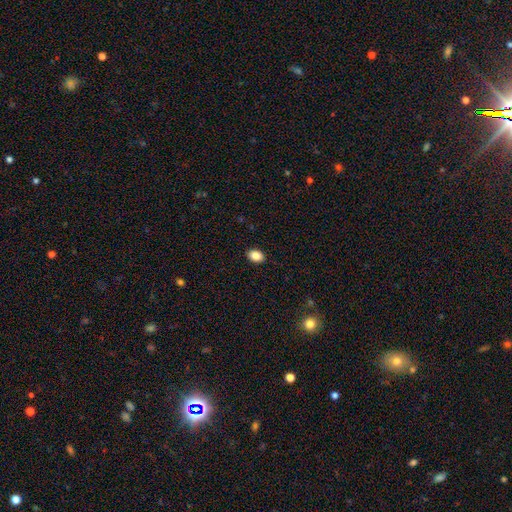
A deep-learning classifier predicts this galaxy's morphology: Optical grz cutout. It shows a smooth galaxy with no disk features (87%) that is in between round and cigar-shaped (81%). Merging: none (90%).